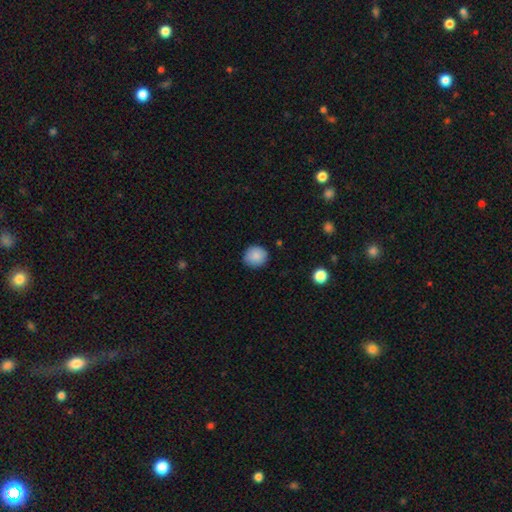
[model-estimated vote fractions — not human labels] This appears to be a smooth galaxy with no disk features (87%) that is round (88%). Merging: none (84%).